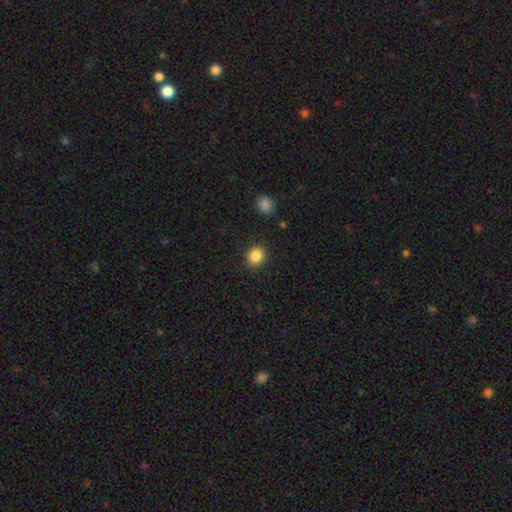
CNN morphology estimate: This appears to be a smooth galaxy with no disk features (86%) that is round (78%). Merging: none (89%).